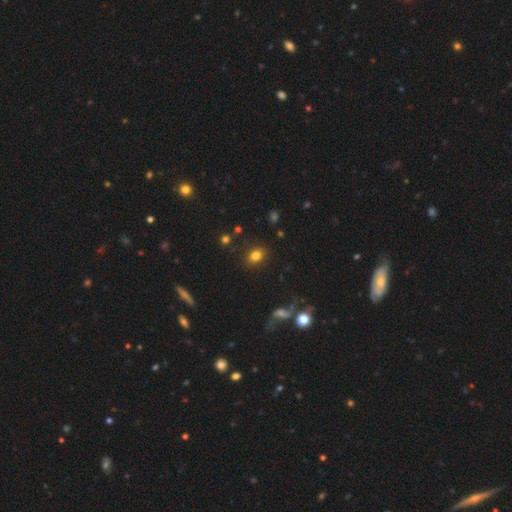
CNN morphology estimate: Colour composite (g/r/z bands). It shows a smooth galaxy with no disk features (79%) that is in between round and cigar-shaped (65%). Merging: none (85%).